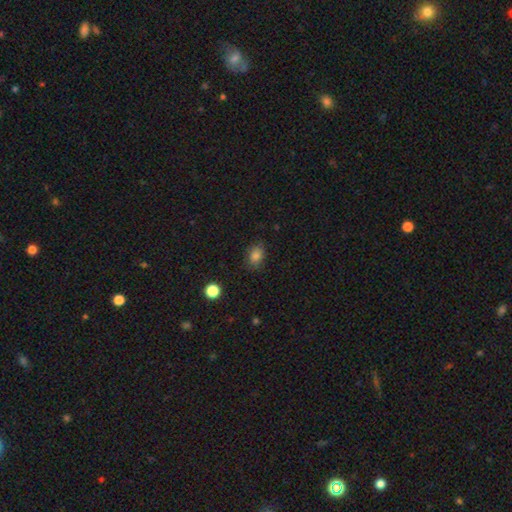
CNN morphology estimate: This is clearly a smooth galaxy (83%). How rounded: likely in between (68%). Merging: clearly none (80%).